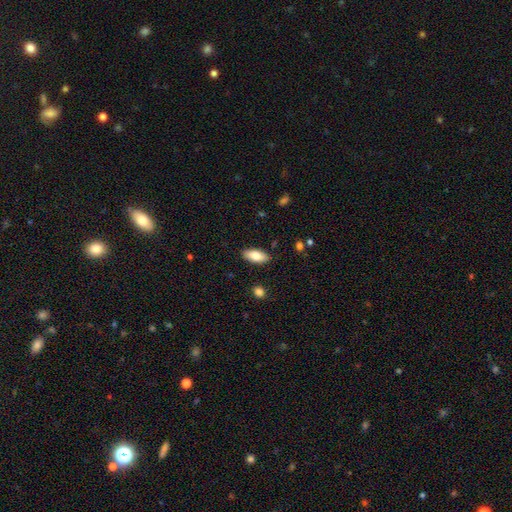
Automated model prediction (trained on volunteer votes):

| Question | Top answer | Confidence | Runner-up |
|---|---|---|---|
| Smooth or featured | smooth | 83% | featured or disk (11%) |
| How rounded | in between | 89% | cigar-shaped (9%) |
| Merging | none | 88% | minor disturbance (9%) |